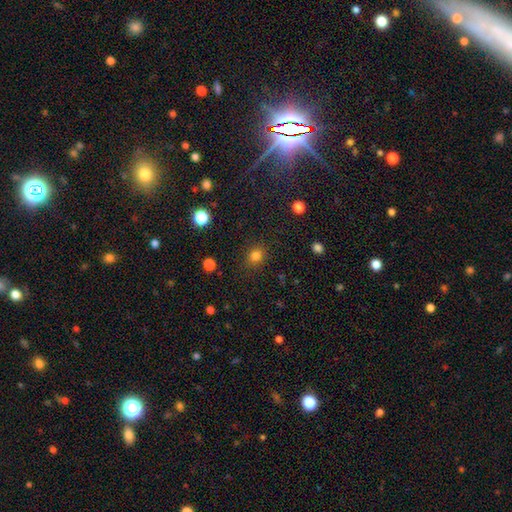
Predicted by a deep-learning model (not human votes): Morphology: type=smooth (81%); roundness=round (77%); merging=none (87%).